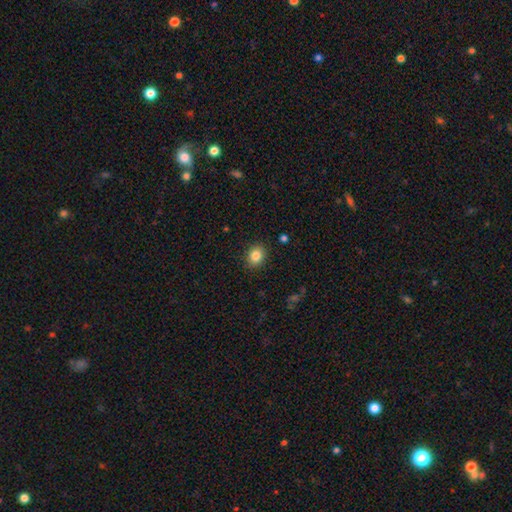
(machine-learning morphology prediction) A smooth galaxy with no disk features (84%) that is round (67%). Merging: none (89%).